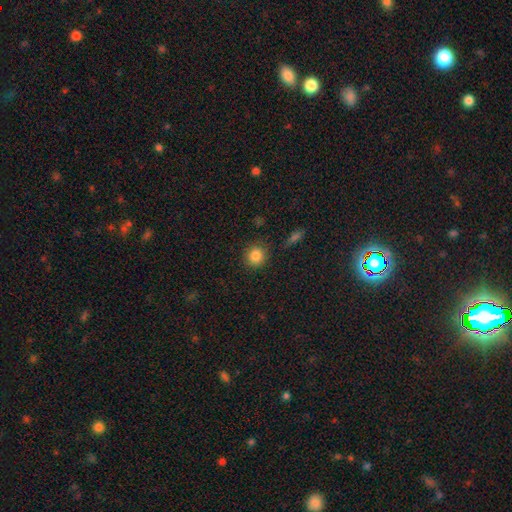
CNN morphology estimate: smooth-or-featured: smooth: 84% | star or artifact: 11% | featured or disk: 5%
  how-rounded: round: 88% | in between: 11% | cigar-shaped: 1%
  merging: none: 86% | minor disturbance: 9% | major disturbance: 3% | merger: 2%